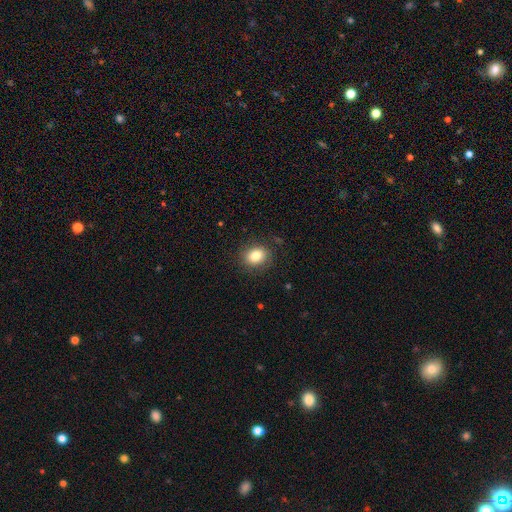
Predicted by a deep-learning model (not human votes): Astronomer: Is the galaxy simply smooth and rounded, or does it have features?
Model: smooth — 83%.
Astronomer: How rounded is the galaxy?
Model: in between — 51% (runner-up: round, 48%).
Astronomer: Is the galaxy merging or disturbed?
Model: none — 85%.